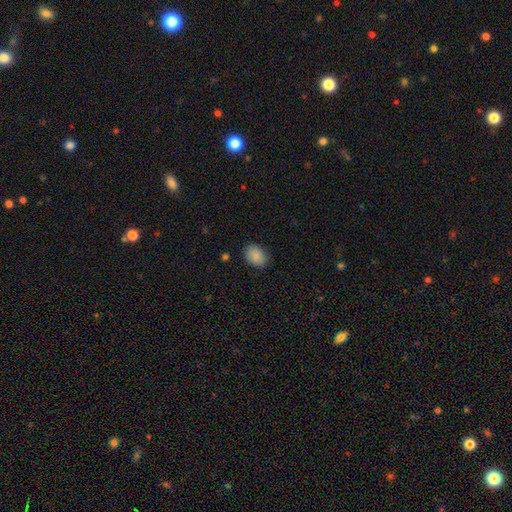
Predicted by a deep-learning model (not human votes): The model was most divided on "how rounded": in between: 72%, round: 27%, cigar-shaped: 1%. More confident: smooth or featured — smooth (88%); merging — none (85%).